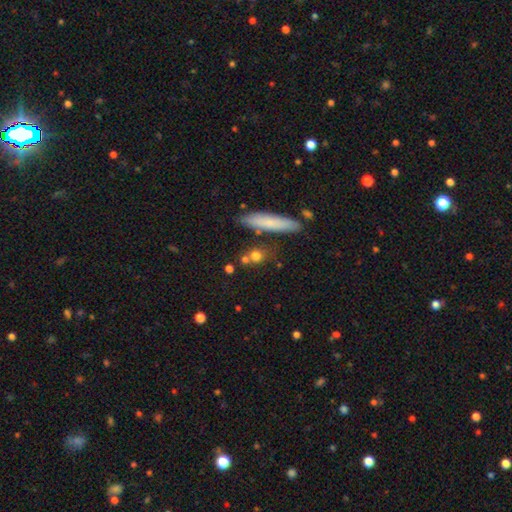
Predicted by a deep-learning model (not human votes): This is likely a smooth galaxy (74%). How rounded: possibly round (53%). Merging: likely none (69%).